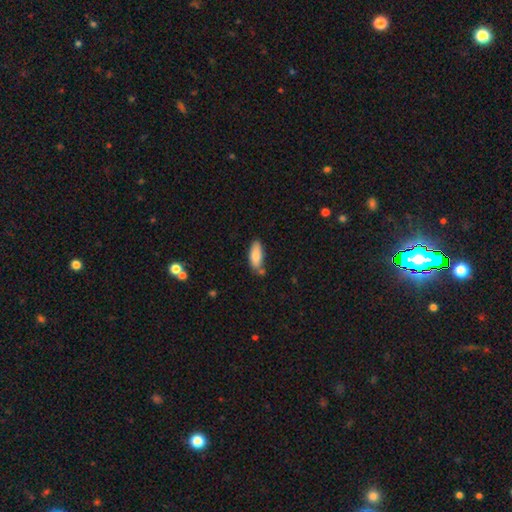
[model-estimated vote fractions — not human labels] This is likely a smooth galaxy (80%). How rounded: likely in between (75%). Merging: likely none (68%).